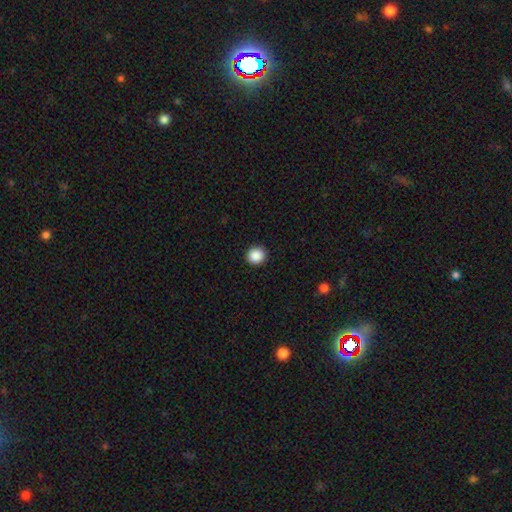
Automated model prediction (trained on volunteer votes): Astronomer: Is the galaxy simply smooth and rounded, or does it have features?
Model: smooth — 89%.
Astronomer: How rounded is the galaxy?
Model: round — 91%.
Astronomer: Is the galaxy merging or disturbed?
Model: none — 93%.